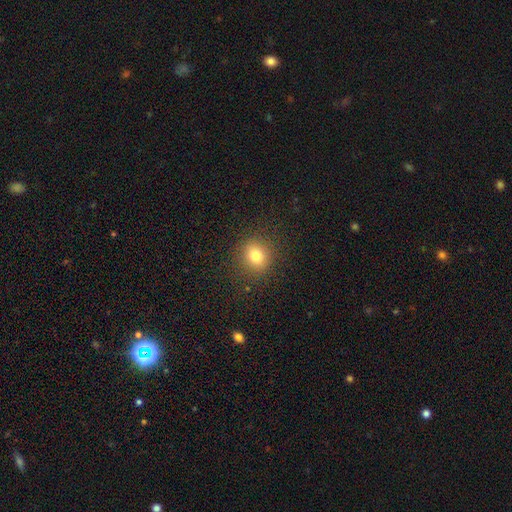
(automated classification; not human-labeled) Smooth or featured: smooth — 79% (star or artifact — 13%)
How rounded: round — 82% (in between — 17%)
Merging: none — 89% (minor disturbance — 7%)